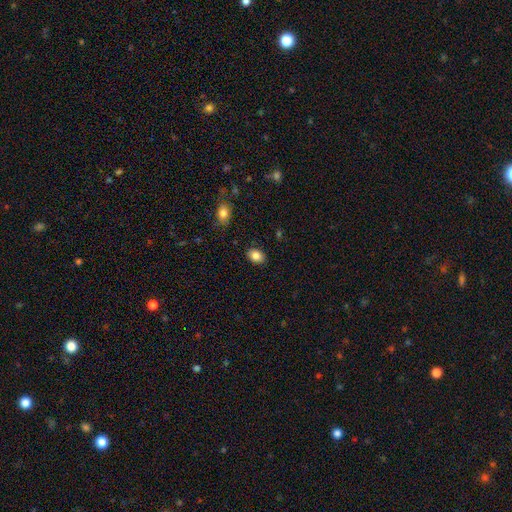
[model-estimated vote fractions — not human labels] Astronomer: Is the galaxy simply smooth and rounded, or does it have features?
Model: smooth — 85%.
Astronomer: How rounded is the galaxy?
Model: in between — 76%.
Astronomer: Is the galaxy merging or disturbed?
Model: none — 88%.